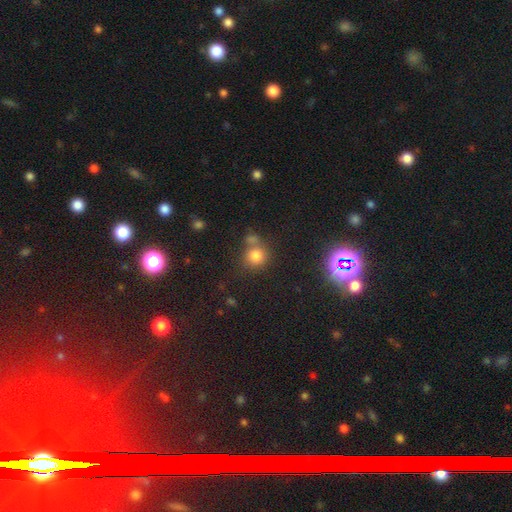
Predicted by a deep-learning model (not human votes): Morphology: type=smooth (79%); roundness=round (86%); merging=none (57%).